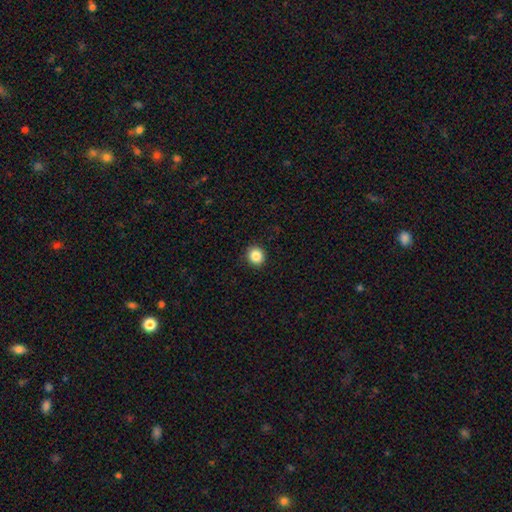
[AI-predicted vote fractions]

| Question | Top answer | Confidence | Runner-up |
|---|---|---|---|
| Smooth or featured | smooth | 86% | star or artifact (10%) |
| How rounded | round | 84% | in between (15%) |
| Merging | none | 92% | minor disturbance (6%) |